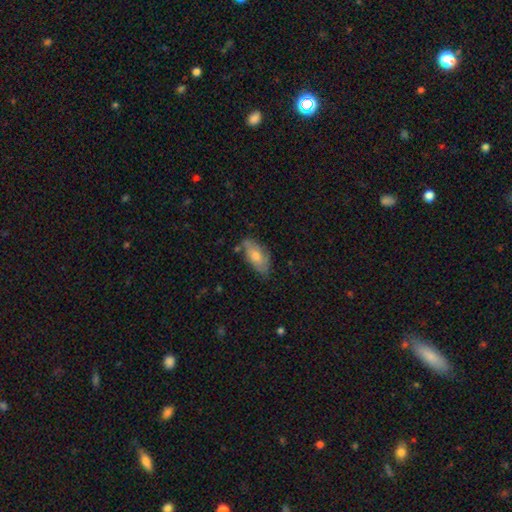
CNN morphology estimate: smooth 58%, featured or disk 34%, star or artifact 8%. Down the decision tree: how rounded — in between (86%); merging — none (67%).